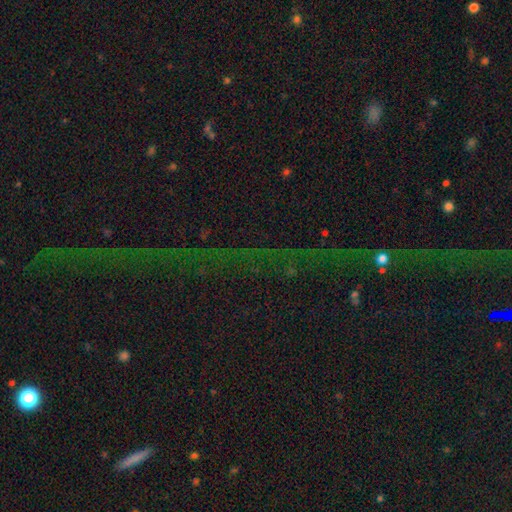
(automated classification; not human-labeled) This is likely a star or artifact rather than a galaxy (79%).